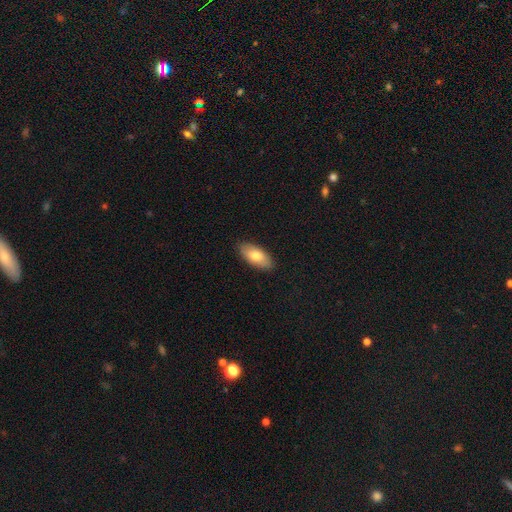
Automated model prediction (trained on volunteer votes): This appears to be a smooth galaxy with no disk features (78%) that is in between round and cigar-shaped (90%). Merging: none (88%).